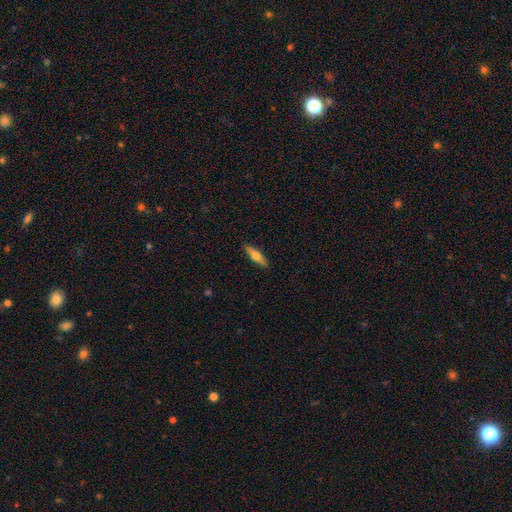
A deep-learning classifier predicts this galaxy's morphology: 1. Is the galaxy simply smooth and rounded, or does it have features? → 56% smooth, 39% featured or disk, 6% star or artifact.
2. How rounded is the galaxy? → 65% cigar-shaped, 33% in between, 2% round.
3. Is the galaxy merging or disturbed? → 90% none, 7% minor disturbance, 2% major disturbance, 1% merger.